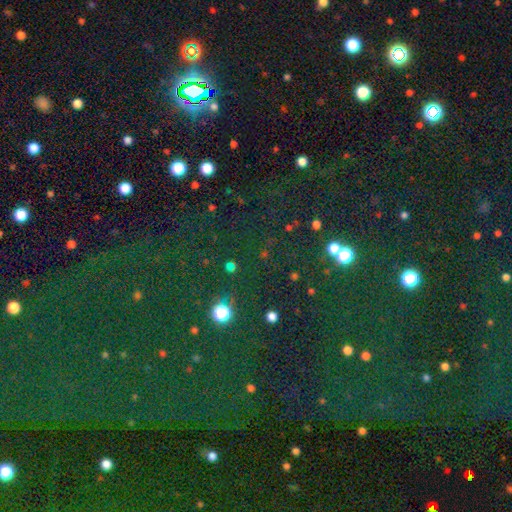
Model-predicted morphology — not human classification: smooth-or-featured: star or artifact: 80% | smooth: 13% | featured or disk: 8%